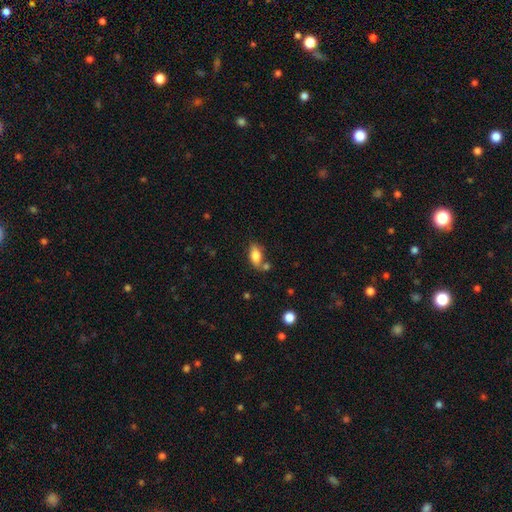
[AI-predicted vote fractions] smooth-or-featured: smooth: 78% | featured or disk: 14% | star or artifact: 8%
  how-rounded: in between: 88% | cigar-shaped: 7% | round: 5%
  merging: none: 62% | minor disturbance: 17% | merger: 16% | major disturbance: 5%